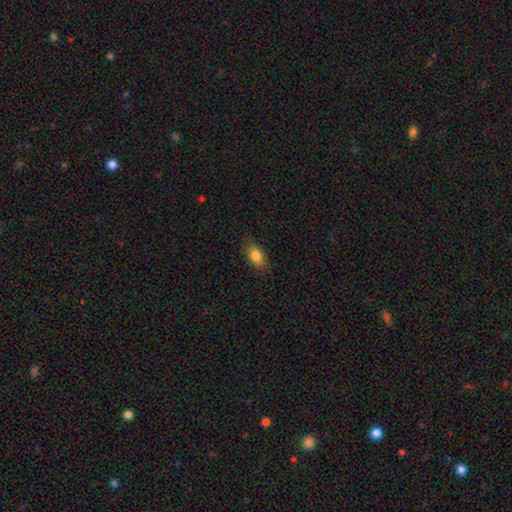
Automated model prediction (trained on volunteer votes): A smooth galaxy with no disk features (82%) that is in between round and cigar-shaped (87%).

Vote fractions:
- Smooth or featured? smooth: 82% / featured or disk: 10% / star or artifact: 8%
- How rounded? in between: 87% / round: 9% / cigar-shaped: 4%
- Merging? none: 81% / minor disturbance: 15% / major disturbance: 3% / merger: 1%